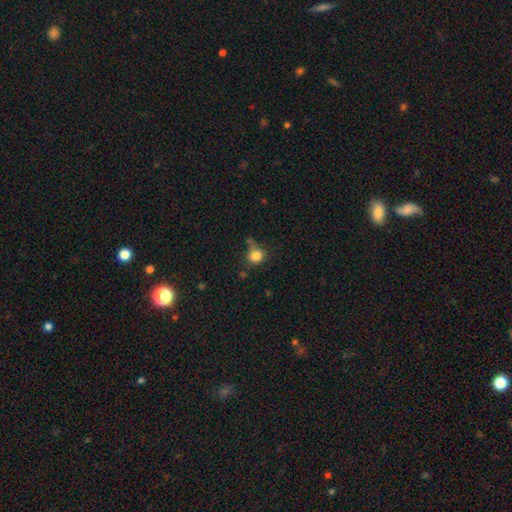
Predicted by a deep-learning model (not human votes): Smooth or featured? Predicted: smooth (p=0.82). How rounded? Predicted: round (p=0.85). Merging? Predicted: none (p=0.61).